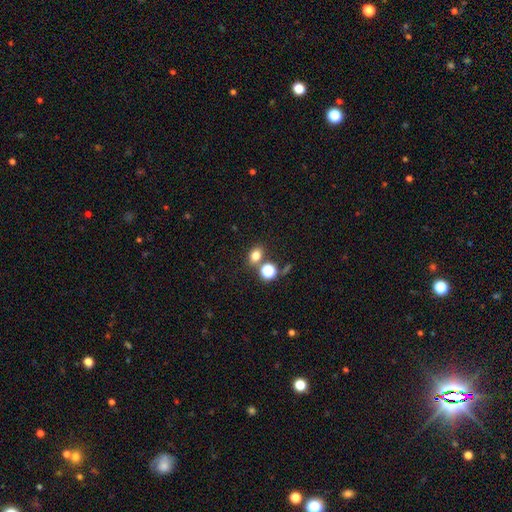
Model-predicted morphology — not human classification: This is likely a smooth galaxy (76%). How rounded: possibly in between (54%). Merging: likely none (69%).